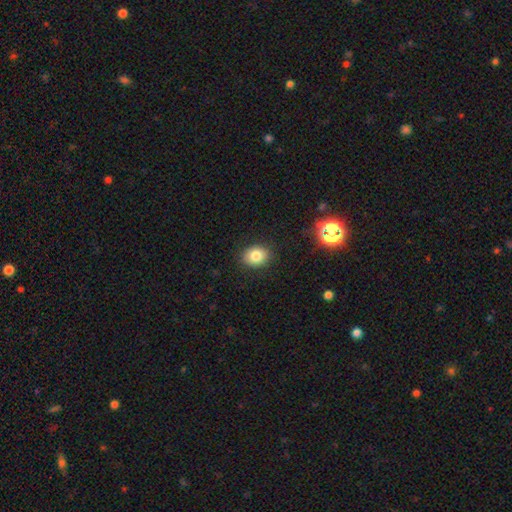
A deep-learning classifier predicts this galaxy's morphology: type=smooth (81%); roundness=round (50%); merging=none (88%).